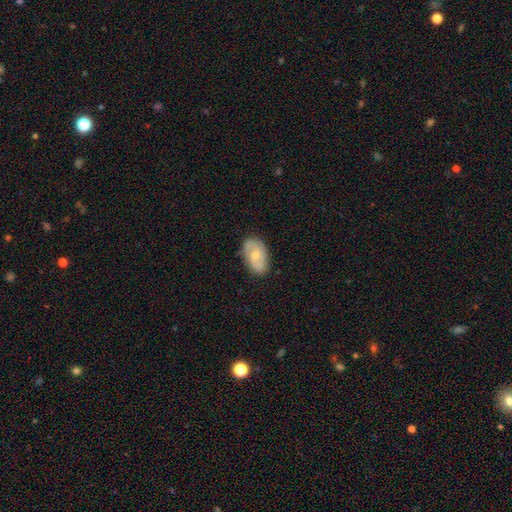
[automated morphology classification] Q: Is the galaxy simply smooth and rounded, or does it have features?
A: featured or disk — 57%.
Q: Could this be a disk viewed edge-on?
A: no — 95%.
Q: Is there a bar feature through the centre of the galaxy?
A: no — 66%.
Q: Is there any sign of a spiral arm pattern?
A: yes — 82%.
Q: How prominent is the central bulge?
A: moderate — 48%.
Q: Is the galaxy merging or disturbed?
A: none — 77%.